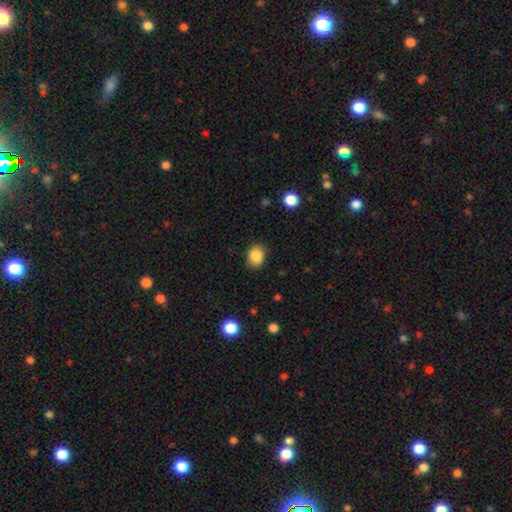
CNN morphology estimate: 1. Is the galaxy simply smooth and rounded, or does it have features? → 86% smooth, 9% star or artifact, 5% featured or disk.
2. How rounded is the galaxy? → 61% in between, 38% round, 1% cigar-shaped.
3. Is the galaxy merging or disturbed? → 84% none, 13% minor disturbance, 3% major disturbance, 1% merger.